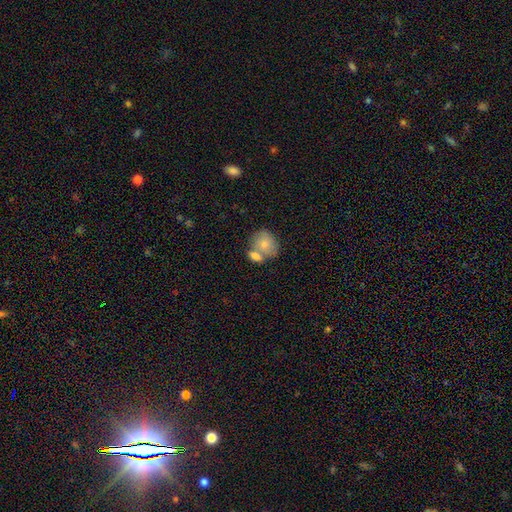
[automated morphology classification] Q: Smooth or featured?
A: smooth (75%); runner-up: featured or disk (18%)
Q: How rounded?
A: in between (50%); runner-up: round (48%)
Q: Merging?
A: merger (52%); runner-up: none (34%)